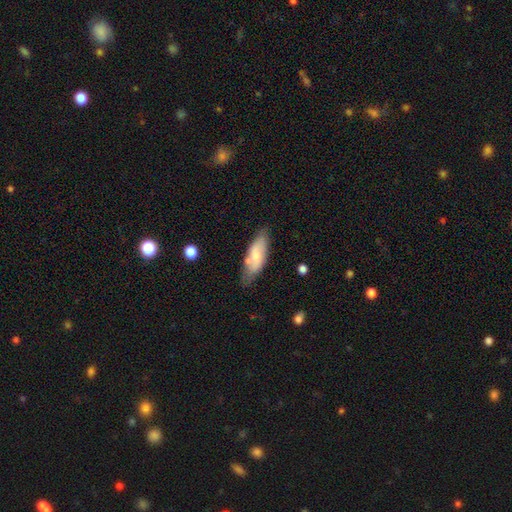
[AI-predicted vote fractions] Q: Smooth or featured?
A: smooth (58%); runner-up: featured or disk (36%)
Q: How rounded?
A: in between (72%); runner-up: cigar-shaped (26%)
Q: Merging?
A: none (67%); runner-up: minor disturbance (22%)